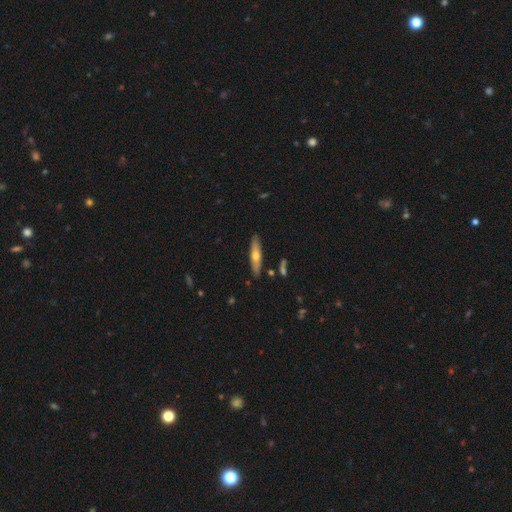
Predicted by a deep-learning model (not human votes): smooth_or_featured: smooth (p=0.51) [alt: featured or disk p=0.43]
how_rounded: cigar-shaped (p=0.79) [alt: in between p=0.19]
merging: none (p=0.87) [alt: minor disturbance p=0.09]